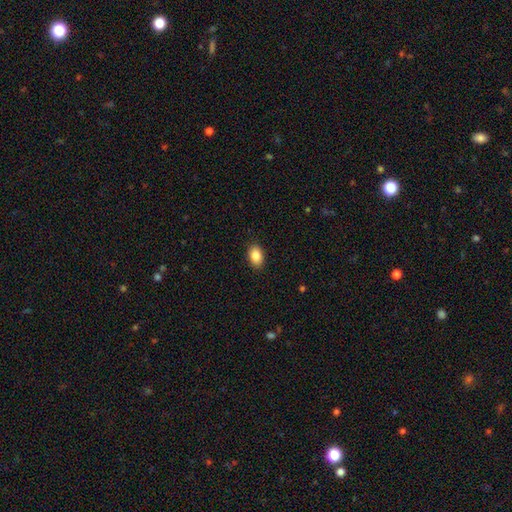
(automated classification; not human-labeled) Q: Smooth or featured?
A: smooth (87%); runner-up: star or artifact (8%)
Q: How rounded?
A: in between (88%); runner-up: round (10%)
Q: Merging?
A: none (89%); runner-up: minor disturbance (8%)